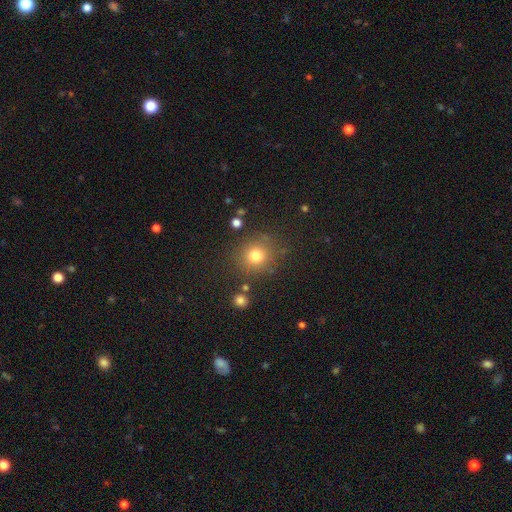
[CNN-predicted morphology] smooth-or-featured: smooth: 77% | star or artifact: 15% | featured or disk: 8%
  how-rounded: round: 87% | in between: 12% | cigar-shaped: 1%
  merging: none: 82% | minor disturbance: 10% | merger: 4% | major disturbance: 4%